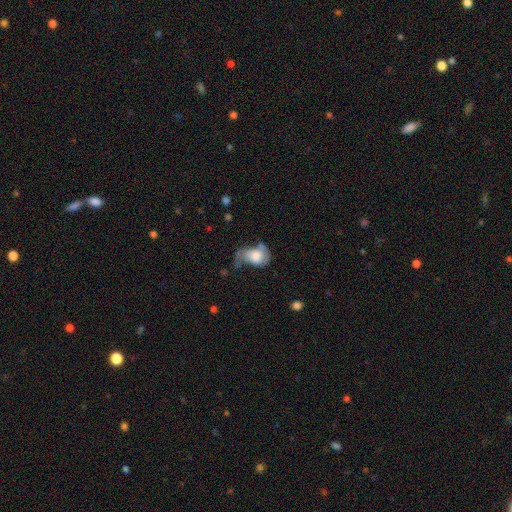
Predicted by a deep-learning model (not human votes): This is possibly a smooth galaxy (49%). Merging: marginally major disturbance (40%).